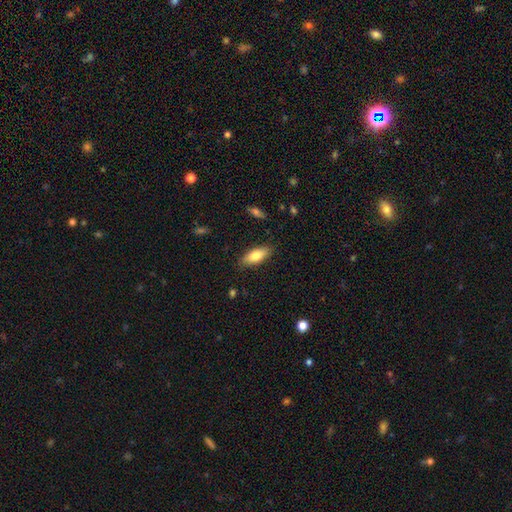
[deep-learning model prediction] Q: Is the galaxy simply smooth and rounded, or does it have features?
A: smooth — 77%.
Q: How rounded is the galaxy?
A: in between — 76%.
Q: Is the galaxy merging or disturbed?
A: none — 86%.